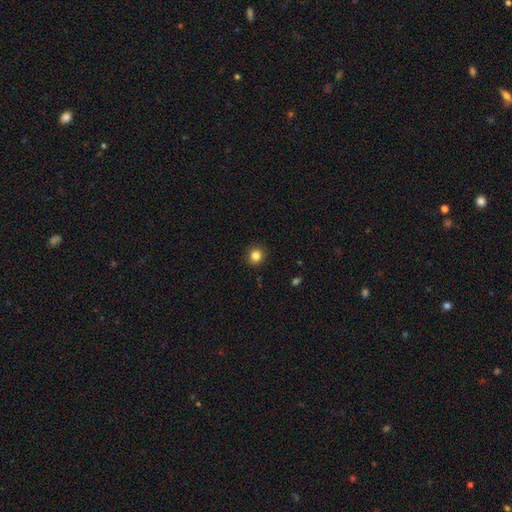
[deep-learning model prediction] smooth 84%, star or artifact 11%, featured or disk 5%. Down the decision tree: how rounded — round (90%); merging — none (92%).